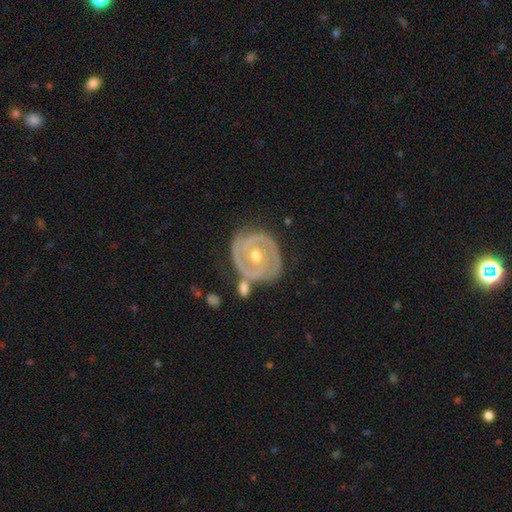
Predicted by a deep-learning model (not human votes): The model was most divided on "bulge size": moderate: 61%, small: 36%, large: 2%, none: 1%, dominant: 1%. More confident: edge-on disk — no (97%); smooth or featured — featured or disk (84%); spiral arms — yes (83%); spiral winding — tight (73%); bar — no (67%); merging — none (67%); spiral arm count — 2 (56%).